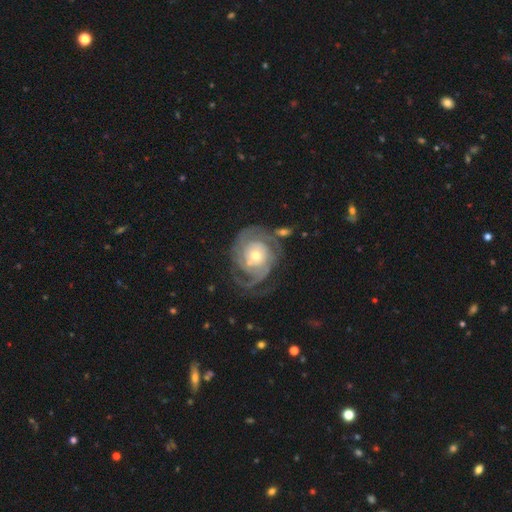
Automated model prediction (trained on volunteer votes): This appears to be a featured or disk galaxy (88%) with no bar (77%), 2 (39%) tight (64%) spiral arms (96%) and a moderate central bulge (55%). Merging: none (61%).